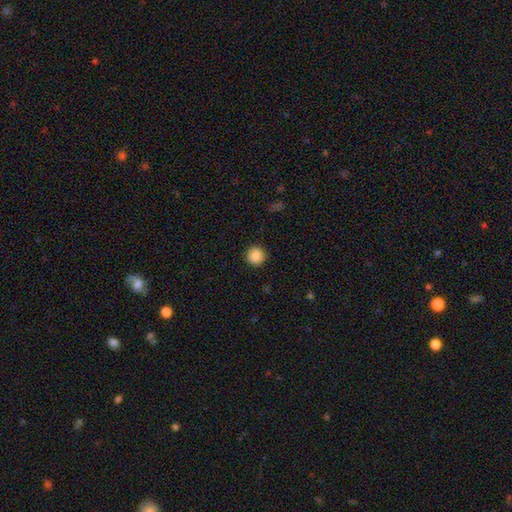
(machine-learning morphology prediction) Overall: smooth (87%). How rounded: round (94%). Merging: none (91%).